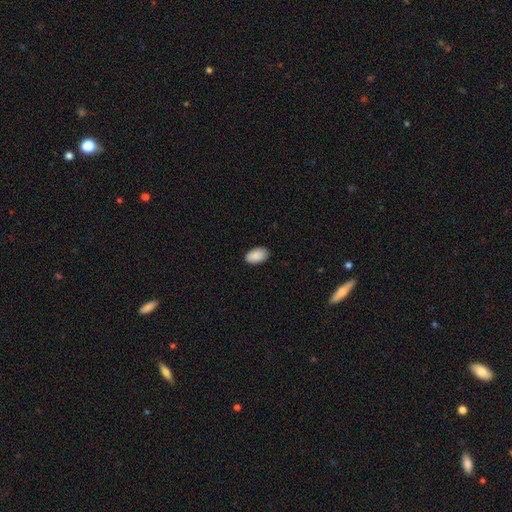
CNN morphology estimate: smooth_or_featured: smooth (p=0.90) [alt: star or artifact p=0.06]
how_rounded: in between (p=0.94) [alt: round p=0.05]
merging: none (p=0.87) [alt: minor disturbance p=0.10]